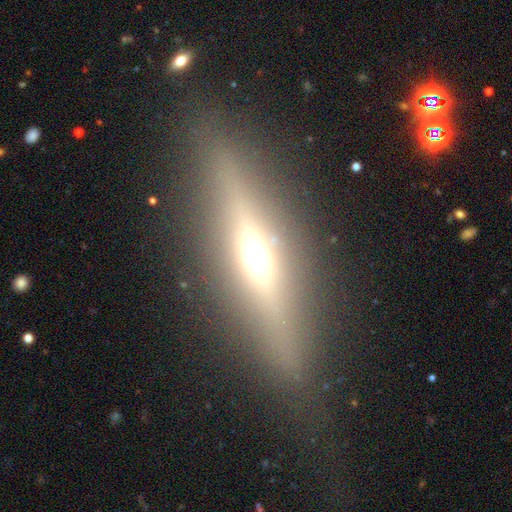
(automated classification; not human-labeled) Overall: featured or disk (59%; smooth 28%). Edge-on disk: yes (88%). Edge-on bulge: rounded (92%). Merging: none (86%).